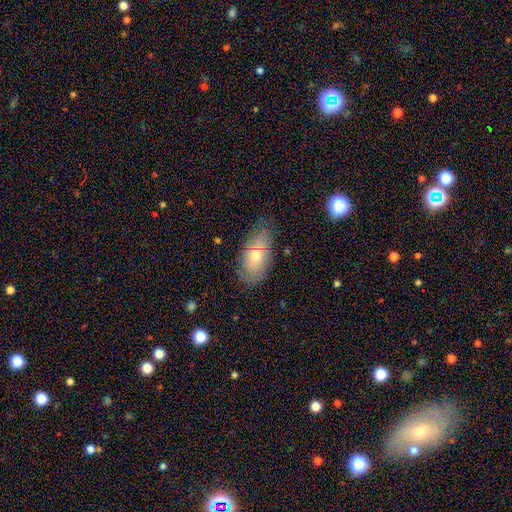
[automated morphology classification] A smooth galaxy with no disk features (62%) that is in between round and cigar-shaped (90%).

Vote fractions:
- Smooth or featured? smooth: 62% / featured or disk: 28% / star or artifact: 10%
- How rounded? in between: 90% / round: 5% / cigar-shaped: 4%
- Merging? none: 73% / minor disturbance: 20% / major disturbance: 5% / merger: 2%